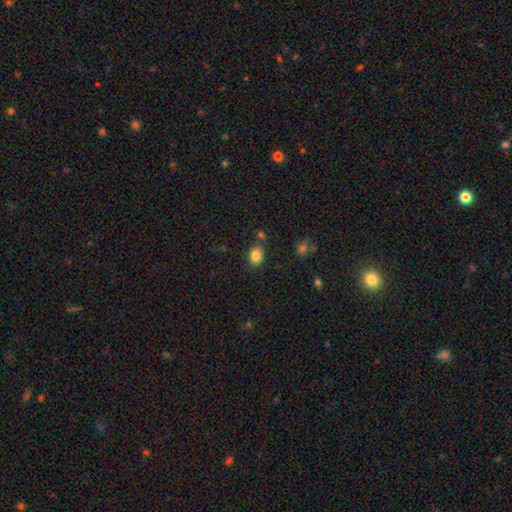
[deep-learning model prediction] A smooth galaxy with no disk features (85%) that is in between round and cigar-shaped (66%).

Vote fractions:
- Smooth or featured? smooth: 85% / star or artifact: 9% / featured or disk: 6%
- How rounded? in between: 66% / round: 33% / cigar-shaped: 1%
- Merging? none: 79% / minor disturbance: 11% / merger: 6% / major disturbance: 3%